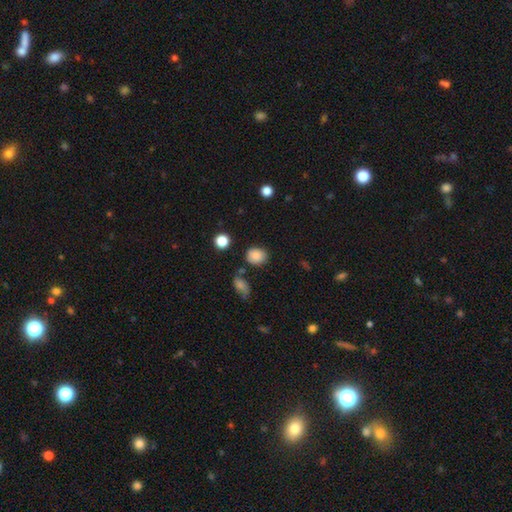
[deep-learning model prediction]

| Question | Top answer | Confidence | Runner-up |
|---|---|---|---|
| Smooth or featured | smooth | 83% | star or artifact (10%) |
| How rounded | round | 63% | in between (36%) |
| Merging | none | 77% | minor disturbance (15%) |